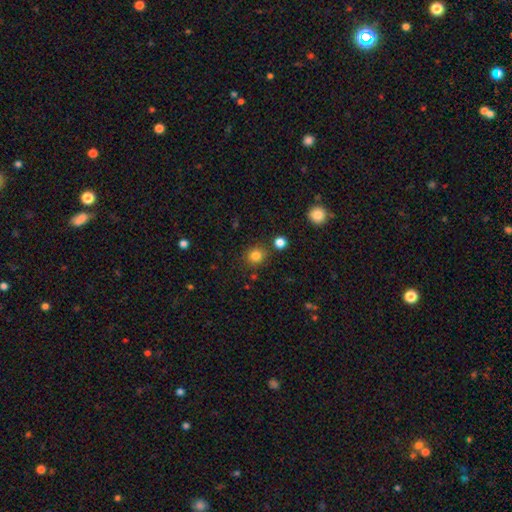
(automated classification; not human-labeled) A smooth galaxy with no disk features (82%) that is round (88%).

Vote fractions:
- Smooth or featured? smooth: 82% / star or artifact: 13% / featured or disk: 5%
- How rounded? round: 88% / in between: 11% / cigar-shaped: 1%
- Merging? none: 83% / minor disturbance: 8% / merger: 5% / major disturbance: 3%